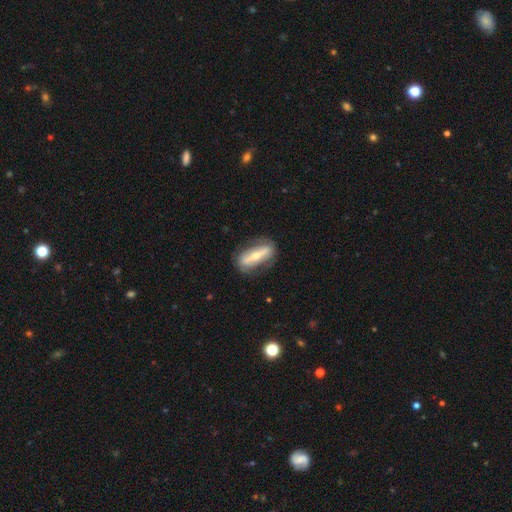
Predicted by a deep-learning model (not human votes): Overall: featured or disk (62%; smooth 32%). Edge-on disk: no (60%; yes 40%). Merging: none (76%).